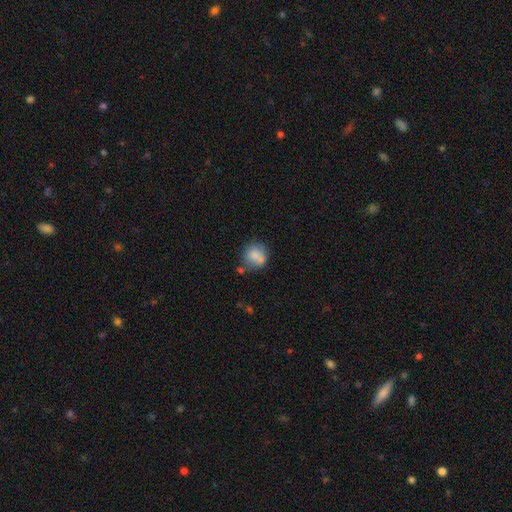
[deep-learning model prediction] A smooth galaxy with no disk features (78%) that is round (80%).

Vote fractions:
- Smooth or featured? smooth: 78% / featured or disk: 13% / star or artifact: 9%
- How rounded? round: 80% / in between: 19% / cigar-shaped: 1%
- Merging? none: 52% / minor disturbance: 21% / merger: 19% / major disturbance: 8%